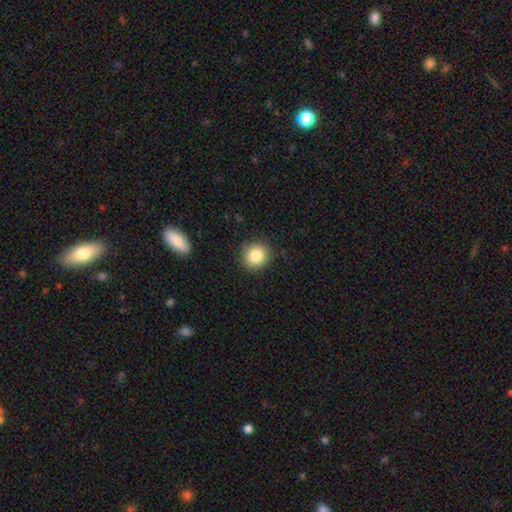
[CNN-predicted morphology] Q: Smooth or featured?
A: smooth (84%); runner-up: star or artifact (10%)
Q: How rounded?
A: round (88%); runner-up: in between (11%)
Q: Merging?
A: none (88%); runner-up: minor disturbance (9%)